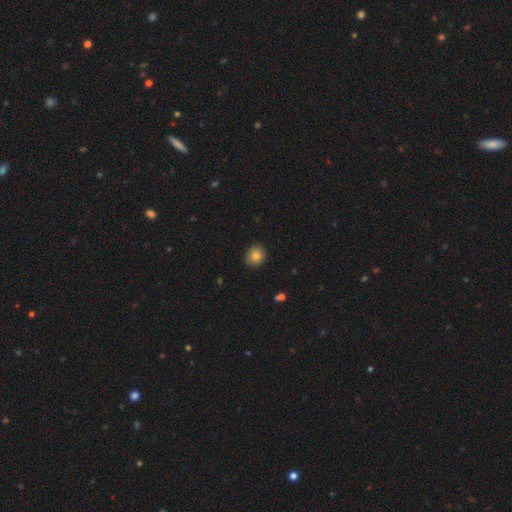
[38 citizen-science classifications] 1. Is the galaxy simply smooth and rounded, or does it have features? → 89% smooth, 8% star or artifact, 3% featured or disk.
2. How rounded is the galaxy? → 88% round, 12% in between, 0% cigar-shaped.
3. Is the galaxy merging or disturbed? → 77% none, 17% minor disturbance, 6% major disturbance, 0% merger.